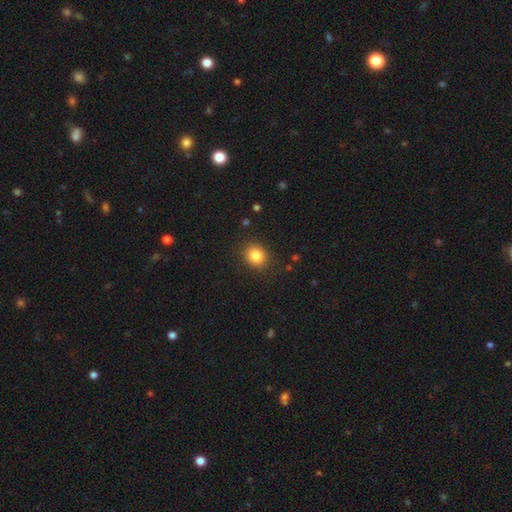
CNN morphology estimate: A smooth galaxy with no disk features (84%) that is round (70%).

Vote fractions:
- Smooth or featured? smooth: 84% / star or artifact: 10% / featured or disk: 6%
- How rounded? round: 70% / in between: 29% / cigar-shaped: 1%
- Merging? none: 88% / minor disturbance: 8% / major disturbance: 3% / merger: 1%